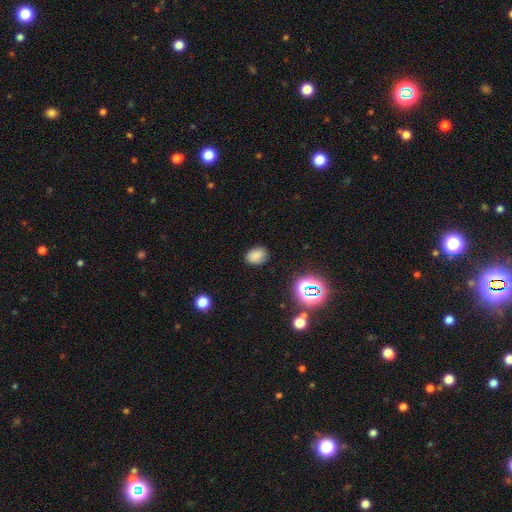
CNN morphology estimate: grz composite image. It shows a smooth galaxy with no disk features (79%) that is in between round and cigar-shaped (74%). Merging: none (83%).